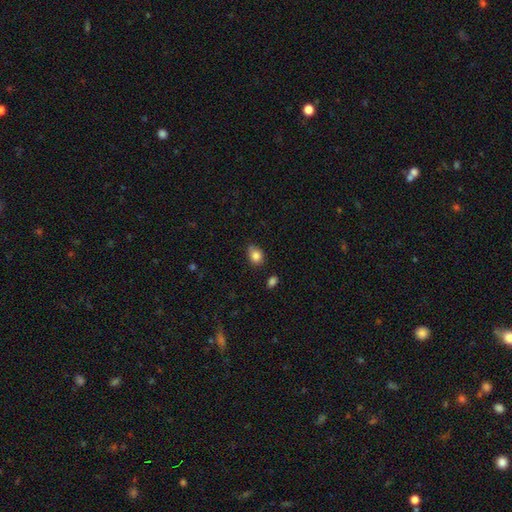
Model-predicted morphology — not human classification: Smooth or featured? smooth (84%)
How rounded? in between (57%)
Merging? none (64%)